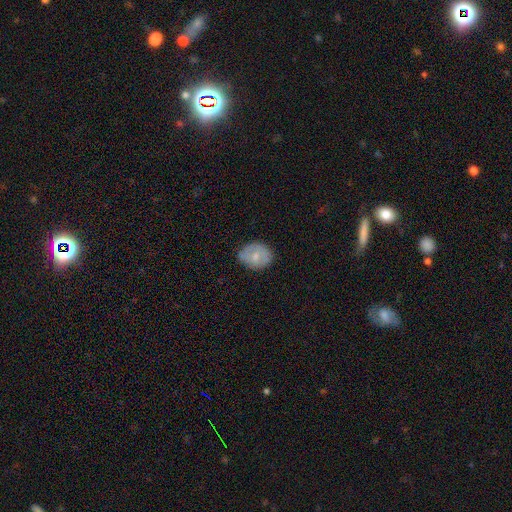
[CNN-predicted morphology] The model was most divided on "how rounded": round: 56%, in between: 43%, cigar-shaped: 1%. More confident: merging — none (73%); smooth or featured — smooth (61%).